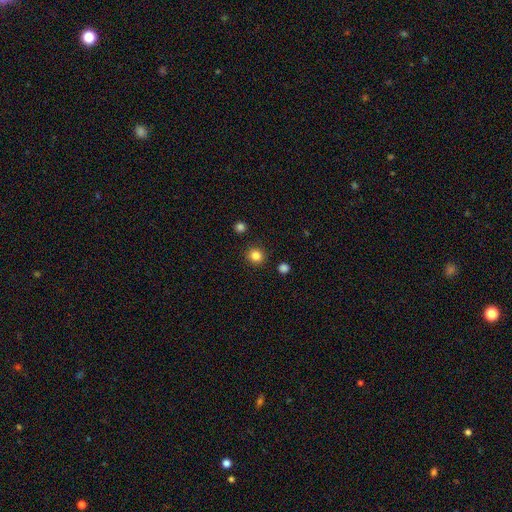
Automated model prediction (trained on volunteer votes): Morphology: type=smooth (84%); roundness=round (92%); merging=none (91%).